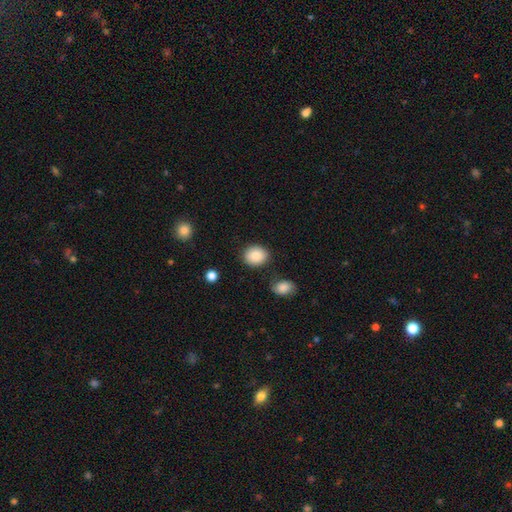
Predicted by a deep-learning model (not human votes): Smooth or featured? smooth (88%)
How rounded? round (68%)
Merging? none (84%)